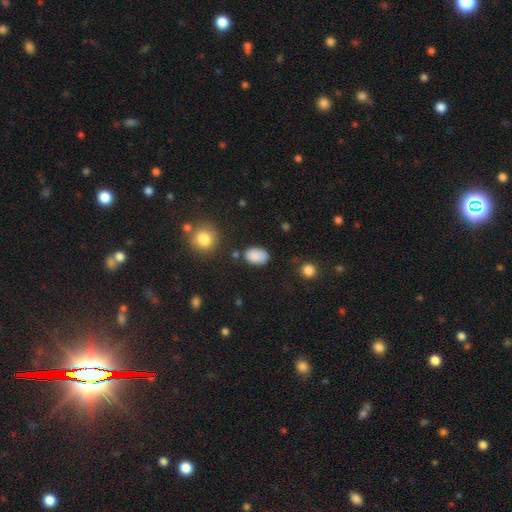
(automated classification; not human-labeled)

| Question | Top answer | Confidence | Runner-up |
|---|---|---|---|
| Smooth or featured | smooth | 86% | star or artifact (9%) |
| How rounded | in between | 87% | round (12%) |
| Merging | none | 77% | minor disturbance (16%) |